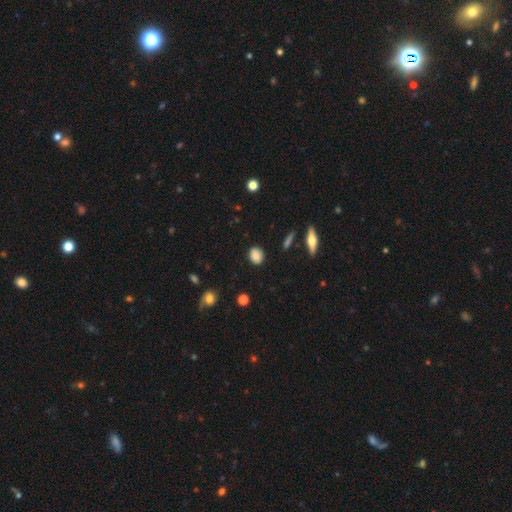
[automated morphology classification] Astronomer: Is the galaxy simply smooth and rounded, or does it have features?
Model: smooth — 83%.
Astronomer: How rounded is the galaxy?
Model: round — 53% (runner-up: in between, 45%).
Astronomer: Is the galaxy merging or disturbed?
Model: none — 86%.